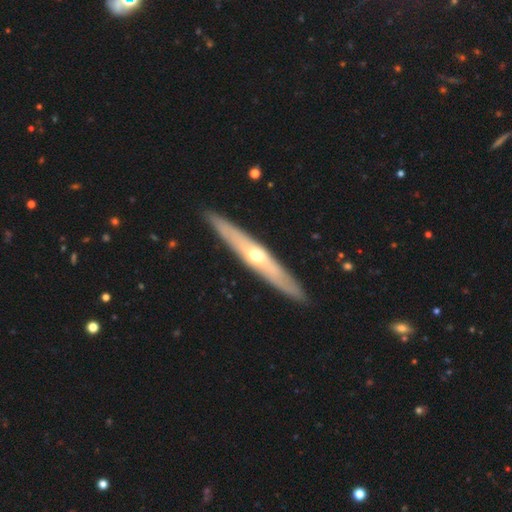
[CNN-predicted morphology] The model was most divided on "smooth or featured": featured or disk: 69%, smooth: 26%, star or artifact: 5%. More confident: merging — none (91%); edge-on disk — yes (90%); edge-on bulge — rounded (84%).